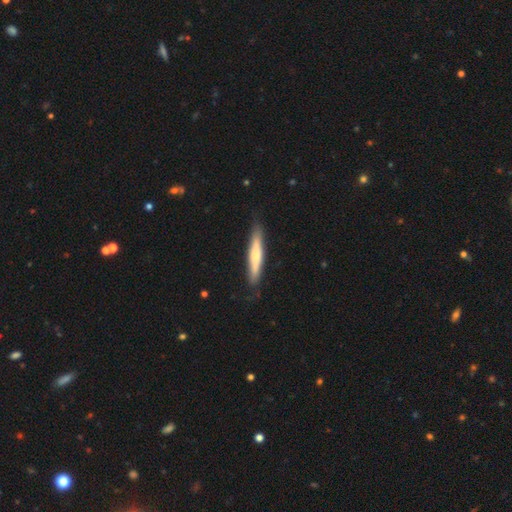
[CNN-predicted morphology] Smooth or featured? Predicted: smooth (p=0.54). How rounded? Predicted: cigar-shaped (p=0.90). Merging? Predicted: none (p=0.83).